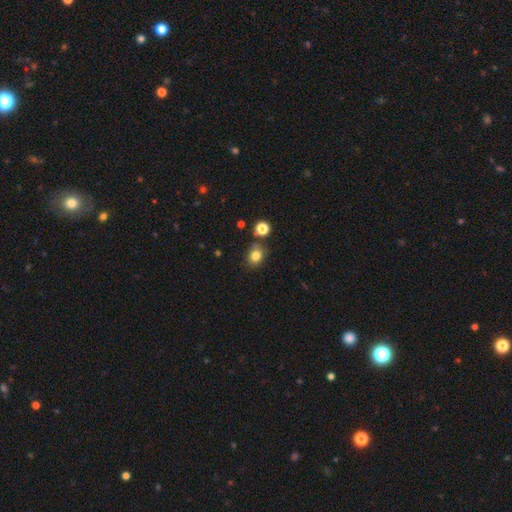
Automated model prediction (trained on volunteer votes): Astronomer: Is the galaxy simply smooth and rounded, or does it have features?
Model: smooth — 80%.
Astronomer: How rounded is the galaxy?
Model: round — 65%.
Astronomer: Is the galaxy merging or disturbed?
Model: none — 71%.